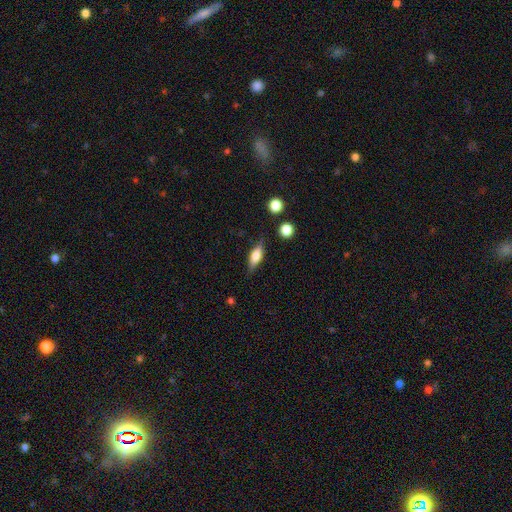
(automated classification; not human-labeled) The model was most divided on "smooth or featured": smooth: 57%, featured or disk: 36%, star or artifact: 8%. More confident: merging — none (79%); how rounded — in between (62%).